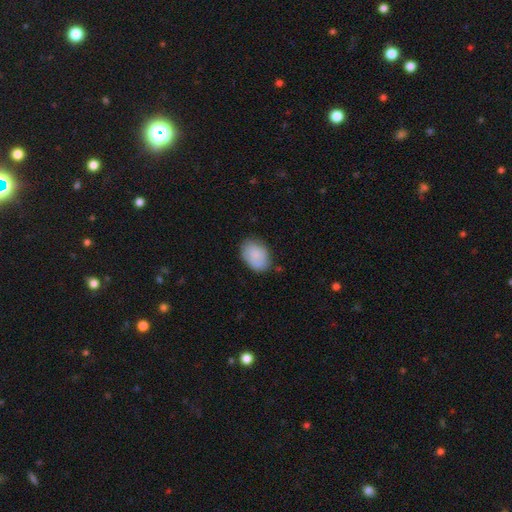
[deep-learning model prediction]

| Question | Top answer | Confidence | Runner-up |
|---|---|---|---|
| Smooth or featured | smooth | 82% | featured or disk (12%) |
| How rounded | in between | 81% | round (18%) |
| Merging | none | 73% | minor disturbance (21%) |